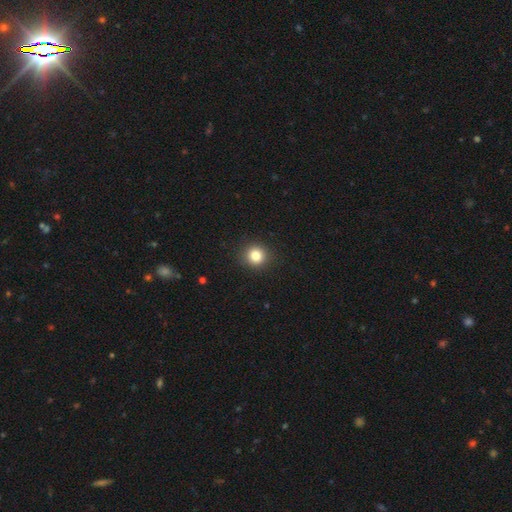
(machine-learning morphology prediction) A smooth galaxy with no disk features (83%) that is round (90%).

Vote fractions:
- Smooth or featured? smooth: 83% / star or artifact: 11% / featured or disk: 5%
- How rounded? round: 90% / in between: 10% / cigar-shaped: 1%
- Merging? none: 91% / minor disturbance: 6% / major disturbance: 2% / merger: 1%